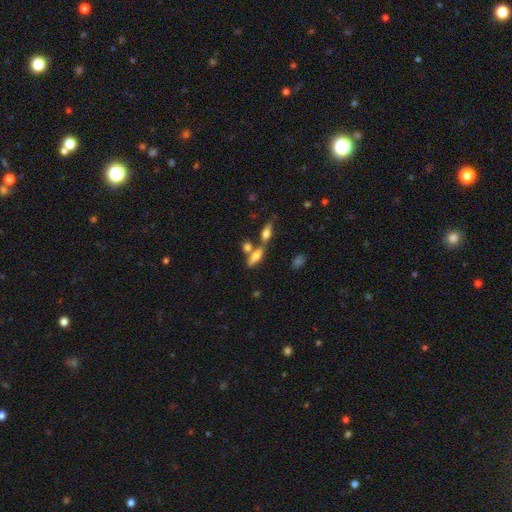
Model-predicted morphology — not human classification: Smooth or featured?
  - smooth: 57% *
  - featured or disk: 33%
  - star or artifact: 9%
How rounded?
  - in between: 58% *
  - cigar-shaped: 37%
  - round: 5%
Merging?
  - none: 52% *
  - merger: 33%
  - minor disturbance: 11%
  - major disturbance: 5%